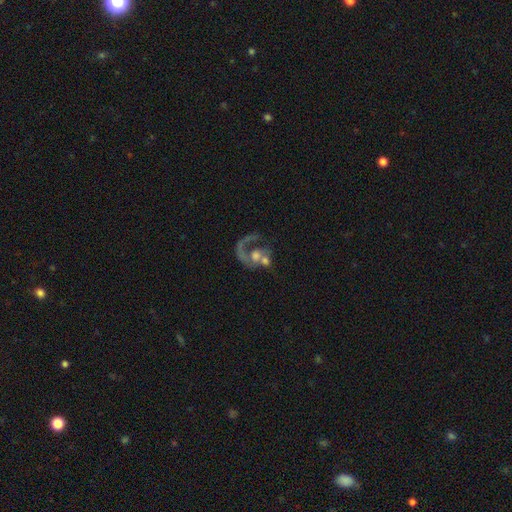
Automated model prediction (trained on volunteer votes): Smooth or featured?
  - featured or disk: 70% *
  - smooth: 20%
  - star or artifact: 9%
Edge-on disk?
  - no: 98% *
  - yes: 2%
Bar?
  - no: 76% *
  - weak: 19%
  - strong: 5%
Spiral arms?
  - yes: 67% *
  - no: 33%
Bulge size?
  - moderate: 47% *
  - small: 19%
  - large: 16%
  - none: 14%
  - dominant: 4%
Merging?
  - merger: 41% *
  - major disturbance: 27%
  - none: 23%
  - minor disturbance: 10%